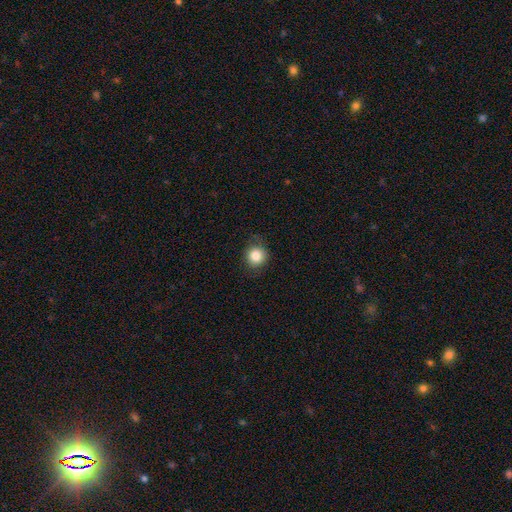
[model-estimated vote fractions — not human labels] Smooth or featured?
  - smooth: 84% *
  - star or artifact: 10%
  - featured or disk: 6%
How rounded?
  - round: 90% *
  - in between: 9%
  - cigar-shaped: 1%
Merging?
  - none: 84% *
  - minor disturbance: 12%
  - major disturbance: 3%
  - merger: 1%